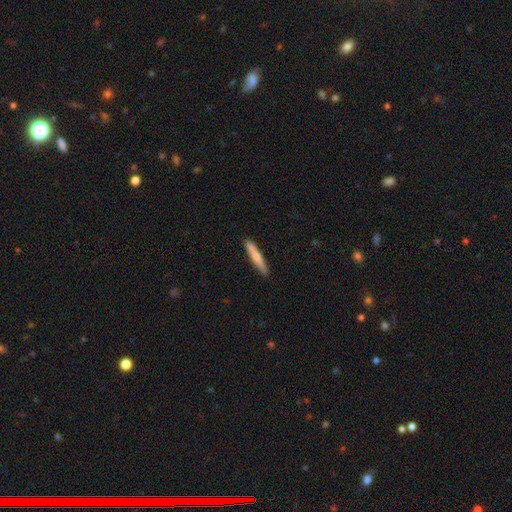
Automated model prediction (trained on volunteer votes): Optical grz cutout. It shows a smooth galaxy with no disk features (66%) that is cigar-shaped (93%). Merging: none (88%).